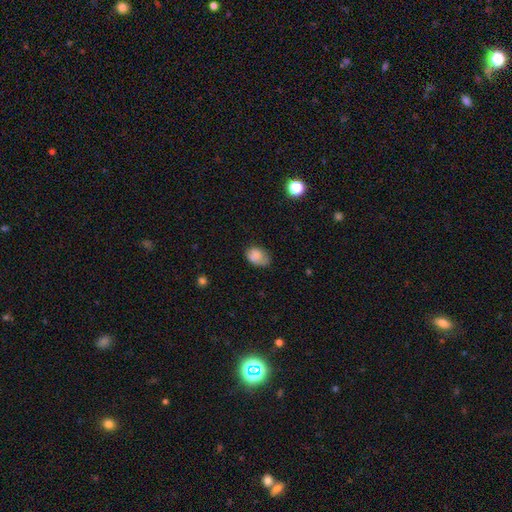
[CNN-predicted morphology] The model was most divided on "merging": none: 51%, minor disturbance: 34%, major disturbance: 12%, merger: 3%. More confident: smooth or featured — smooth (78%); how rounded — in between (77%).